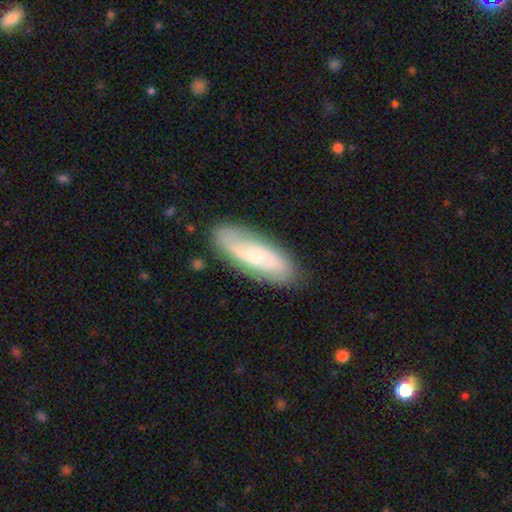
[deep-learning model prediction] Smooth or featured? featured or disk (65%)
Edge-on disk? no (88%)
Bar? no (54%)
Spiral arms? yes (87%)
Bulge size? moderate (53%)
Merging? none (82%)